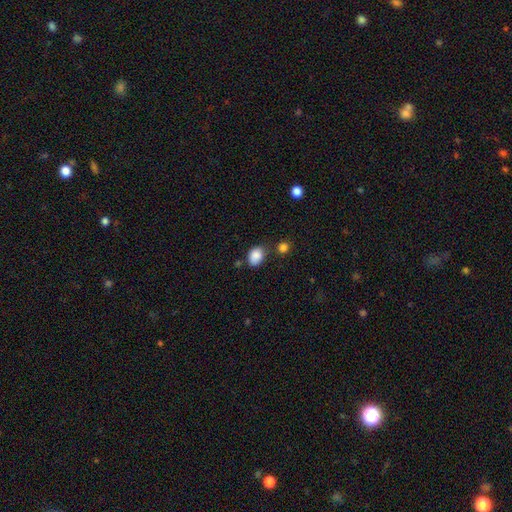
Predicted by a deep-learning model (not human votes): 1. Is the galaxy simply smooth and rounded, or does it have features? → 87% smooth, 9% star or artifact, 4% featured or disk.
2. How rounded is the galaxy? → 71% in between, 28% round, 1% cigar-shaped.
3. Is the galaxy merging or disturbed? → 63% none, 23% minor disturbance, 9% merger, 6% major disturbance.